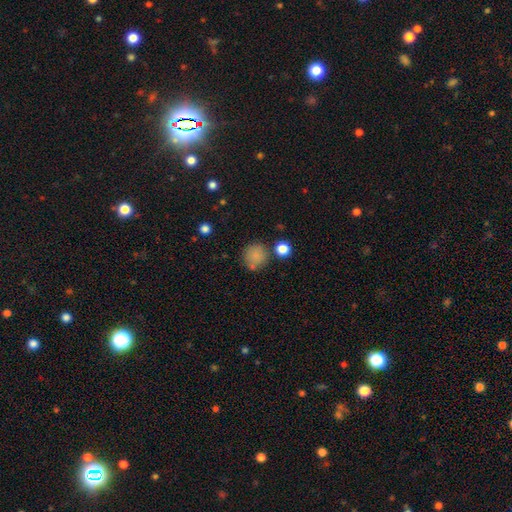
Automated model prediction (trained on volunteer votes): Q: Smooth or featured?
A: smooth (82%); runner-up: star or artifact (11%)
Q: How rounded?
A: round (90%); runner-up: in between (9%)
Q: Merging?
A: none (70%); runner-up: minor disturbance (14%)